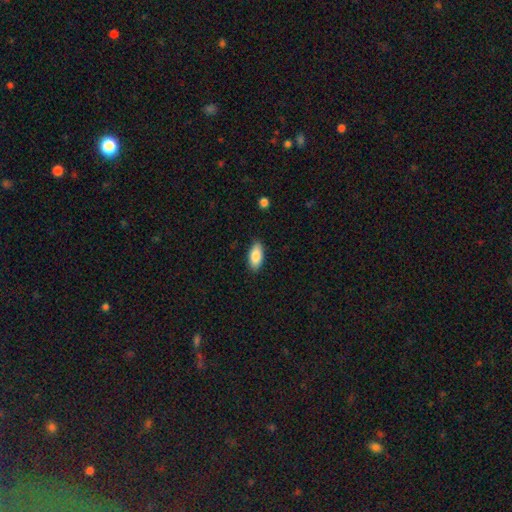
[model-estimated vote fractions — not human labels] smooth-or-featured: smooth: 85% | featured or disk: 8% | star or artifact: 6%
  how-rounded: in between: 90% | cigar-shaped: 8% | round: 2%
  merging: none: 88% | minor disturbance: 9% | major disturbance: 2% | merger: 1%